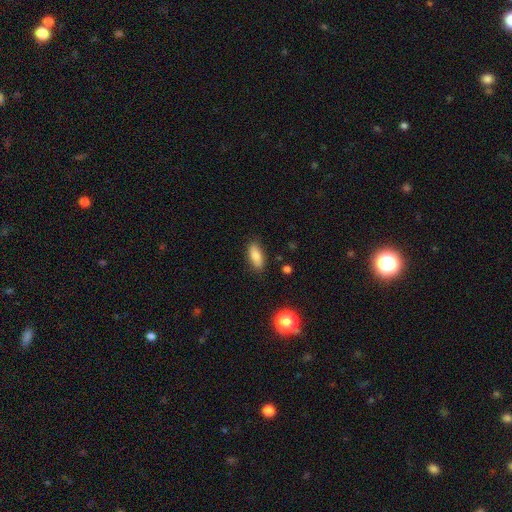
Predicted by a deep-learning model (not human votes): Smooth or featured: smooth — 82% (featured or disk — 11%)
How rounded: in between — 78% (cigar-shaped — 19%)
Merging: none — 85% (minor disturbance — 11%)